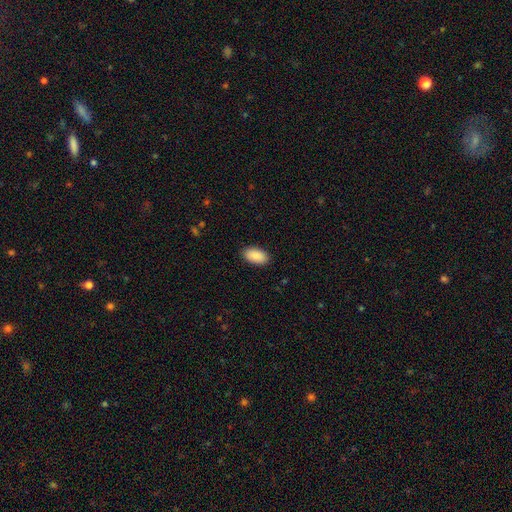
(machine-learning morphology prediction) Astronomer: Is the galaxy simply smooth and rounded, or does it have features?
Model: smooth — 90%.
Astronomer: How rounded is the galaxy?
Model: in between — 95%.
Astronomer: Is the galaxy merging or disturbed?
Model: none — 89%.